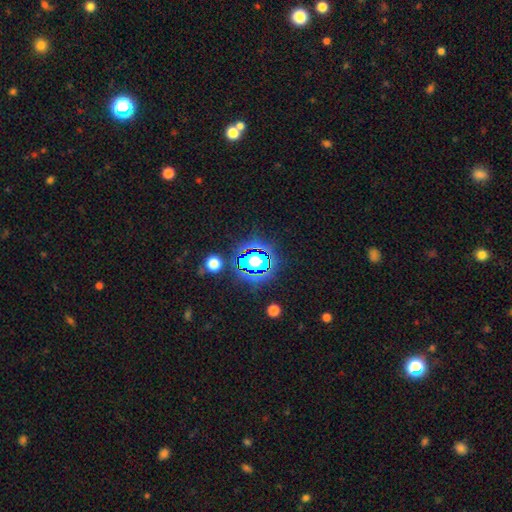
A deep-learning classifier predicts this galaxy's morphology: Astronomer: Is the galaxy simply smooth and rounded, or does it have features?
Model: star or artifact — 81%.